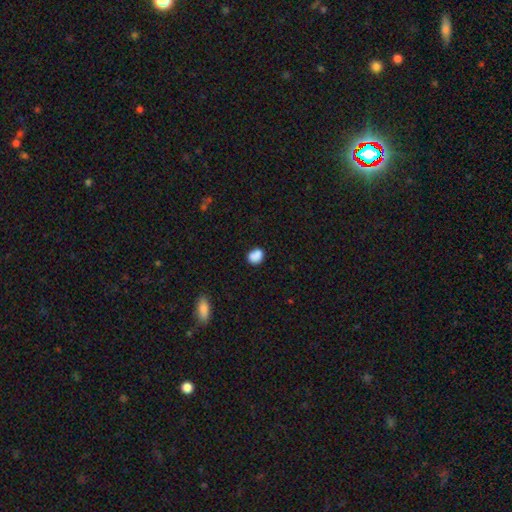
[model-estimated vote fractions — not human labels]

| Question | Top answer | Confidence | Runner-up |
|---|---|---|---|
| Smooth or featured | smooth | 84% | star or artifact (10%) |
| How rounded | round | 56% | in between (43%) |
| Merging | none | 66% | minor disturbance (20%) |